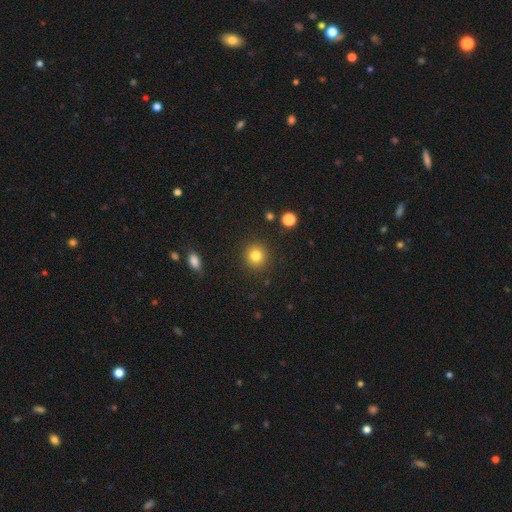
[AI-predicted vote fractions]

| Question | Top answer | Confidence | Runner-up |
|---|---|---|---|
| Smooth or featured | smooth | 81% | star or artifact (12%) |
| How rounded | round | 91% | in between (8%) |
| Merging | none | 90% | minor disturbance (6%) |